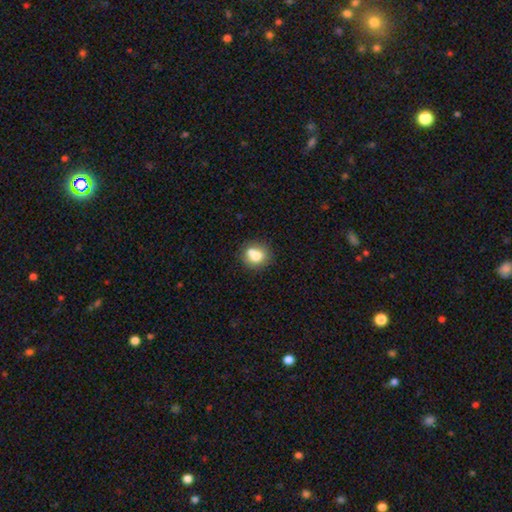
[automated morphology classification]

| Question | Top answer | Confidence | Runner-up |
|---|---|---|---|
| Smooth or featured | smooth | 73% | featured or disk (17%) |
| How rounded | round | 73% | in between (26%) |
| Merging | none | 53% | merger (30%) |